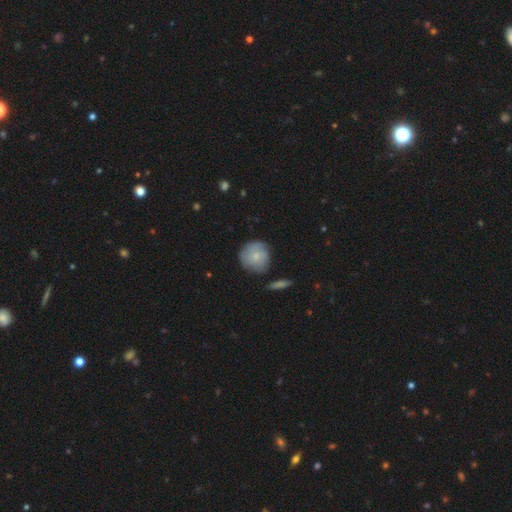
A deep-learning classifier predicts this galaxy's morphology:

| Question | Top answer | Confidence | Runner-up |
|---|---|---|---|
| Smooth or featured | smooth | 67% | featured or disk (27%) |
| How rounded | round | 90% | in between (9%) |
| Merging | none | 71% | minor disturbance (20%) |